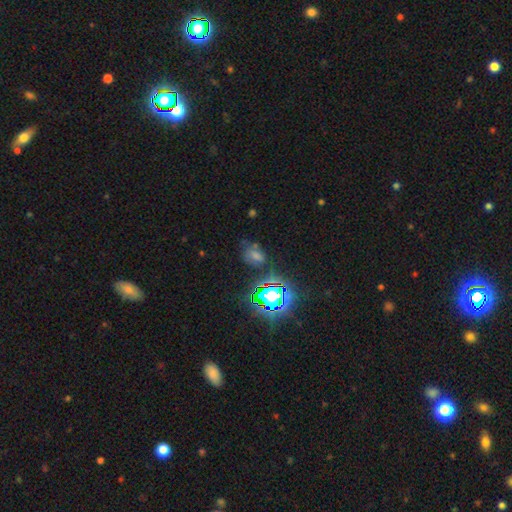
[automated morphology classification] The model was most divided on "smooth or featured": star or artifact: 53%, smooth: 31%, featured or disk: 16%.